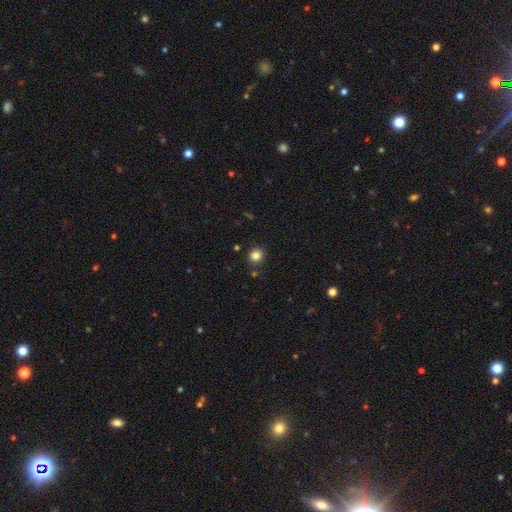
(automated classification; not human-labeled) Smooth or featured: smooth — 83% (star or artifact — 12%)
How rounded: round — 88% (in between — 11%)
Merging: none — 88% (minor disturbance — 7%)